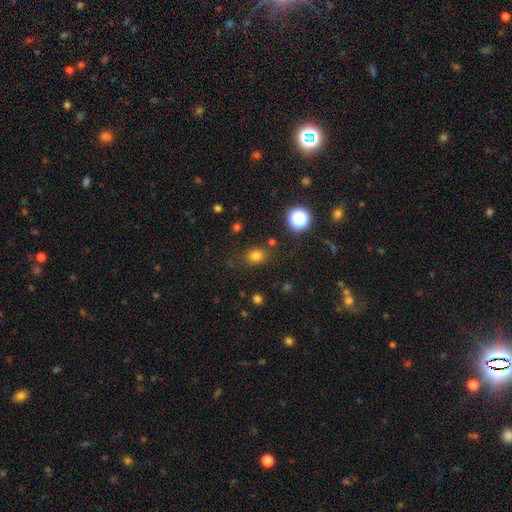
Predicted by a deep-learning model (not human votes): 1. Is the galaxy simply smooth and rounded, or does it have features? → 77% smooth, 17% star or artifact, 6% featured or disk.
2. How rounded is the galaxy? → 58% round, 41% in between, 1% cigar-shaped.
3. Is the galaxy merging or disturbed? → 79% none, 13% minor disturbance, 5% major disturbance, 4% merger.